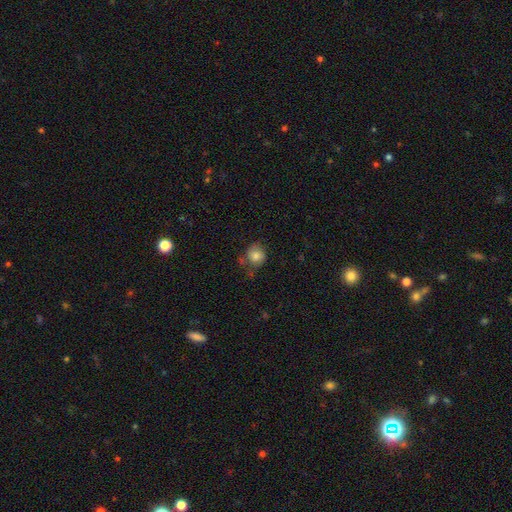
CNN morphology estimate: A smooth galaxy with no disk features (78%) that is round (81%).

Vote fractions:
- Smooth or featured? smooth: 78% / featured or disk: 12% / star or artifact: 10%
- How rounded? round: 81% / in between: 18% / cigar-shaped: 1%
- Merging? none: 61% / minor disturbance: 24% / major disturbance: 8% / merger: 6%